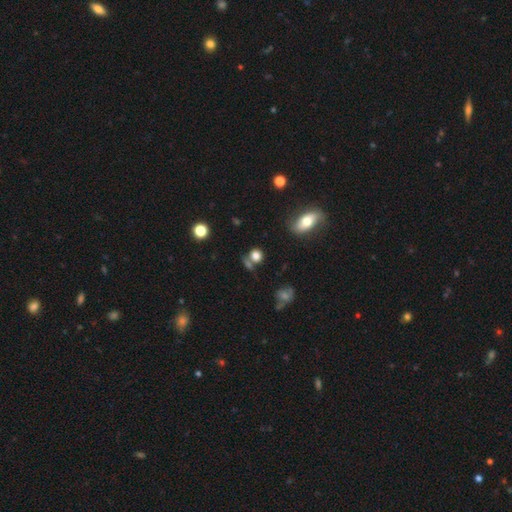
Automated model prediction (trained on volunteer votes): This appears to be a smooth galaxy with no disk features (77%) that is round (78%). Merging: none (58%).